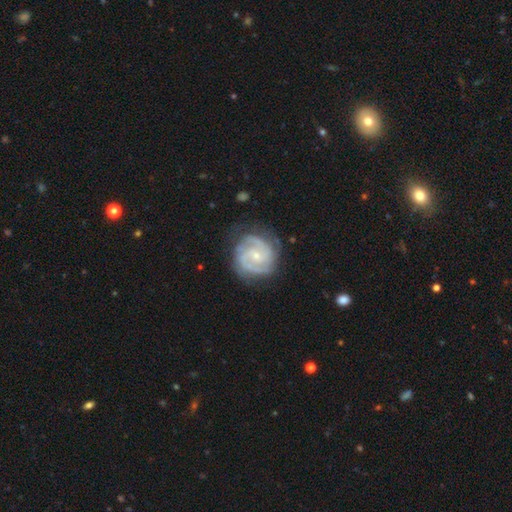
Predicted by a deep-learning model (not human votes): smooth-or-featured: featured or disk: 88% | smooth: 7% | star or artifact: 4%
  disk-edge-on: no: 98% | yes: 2%
    bar: no: 59% | weak: 34% | strong: 7%
    has-spiral-arms: yes: 98% | no: 2%
      spiral-winding: tight: 58% | medium: 36% | loose: 5%
      spiral-arm-count: 2: 47% | 3: 30% | can't tell: 11% | 4: 6% | 1: 4% | more than 4: 4%
    bulge-size: small: 73% | moderate: 23% | none: 2% | large: 1% | dominant: 1%
  merging: none: 77% | minor disturbance: 17% | major disturbance: 5% | merger: 1%